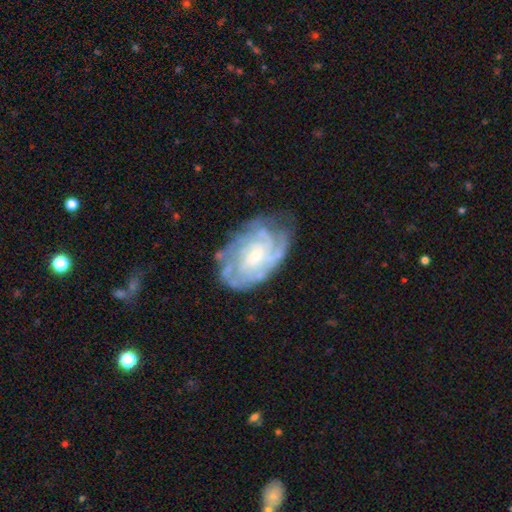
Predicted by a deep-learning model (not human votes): This appears to be a featured or disk galaxy (82%) with no bar (67%), tight (67%) spiral arms (91%) and a small central bulge (66%). Merging: none (66%).